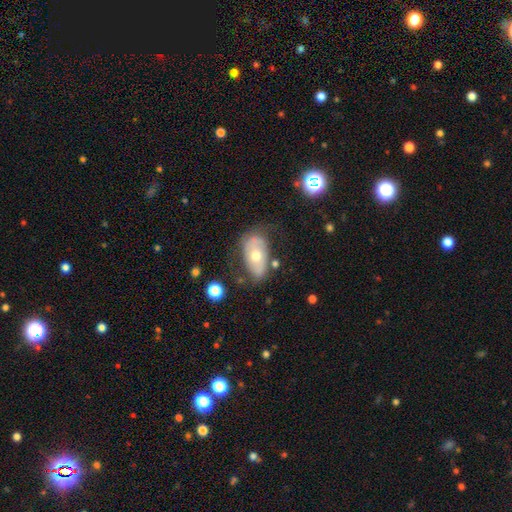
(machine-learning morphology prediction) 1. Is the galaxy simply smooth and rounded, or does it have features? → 52% featured or disk, 40% smooth, 7% star or artifact.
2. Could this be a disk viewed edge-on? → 90% no, 10% yes.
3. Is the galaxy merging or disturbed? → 57% none, 26% minor disturbance, 13% major disturbance, 4% merger.